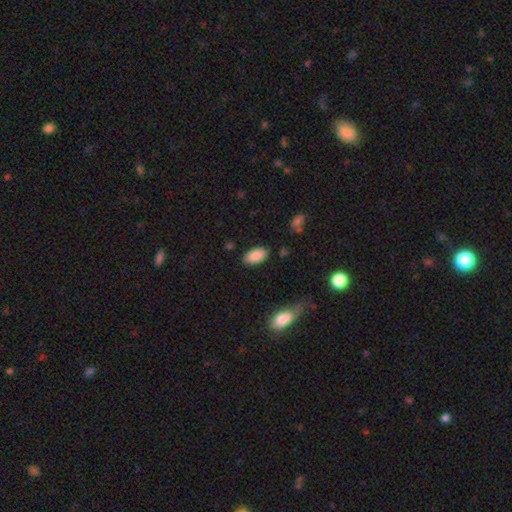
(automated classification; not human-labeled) Morphology: type=smooth (88%); roundness=in between (94%); merging=none (84%).